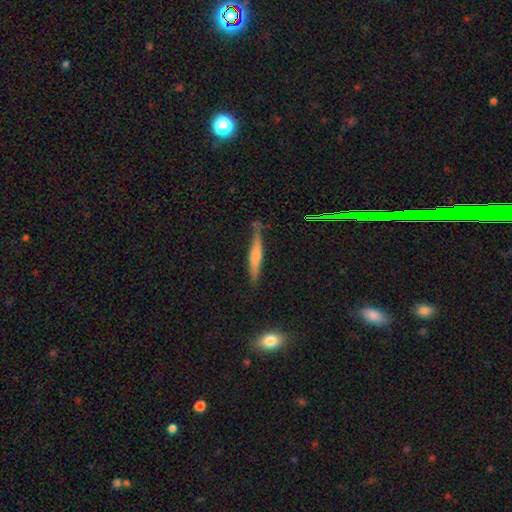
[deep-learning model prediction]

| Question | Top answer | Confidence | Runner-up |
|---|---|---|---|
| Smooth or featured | smooth | 56% | featured or disk (37%) |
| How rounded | cigar-shaped | 92% | in between (7%) |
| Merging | none | 74% | minor disturbance (18%) |